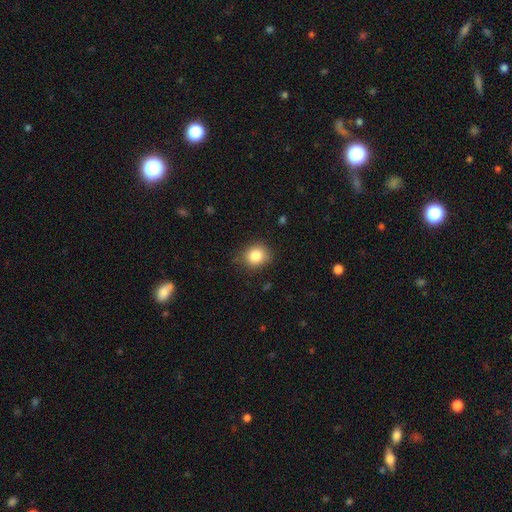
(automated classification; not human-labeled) Q: Smooth or featured?
A: smooth (84%); runner-up: star or artifact (10%)
Q: How rounded?
A: round (72%); runner-up: in between (27%)
Q: Merging?
A: none (80%); runner-up: minor disturbance (15%)